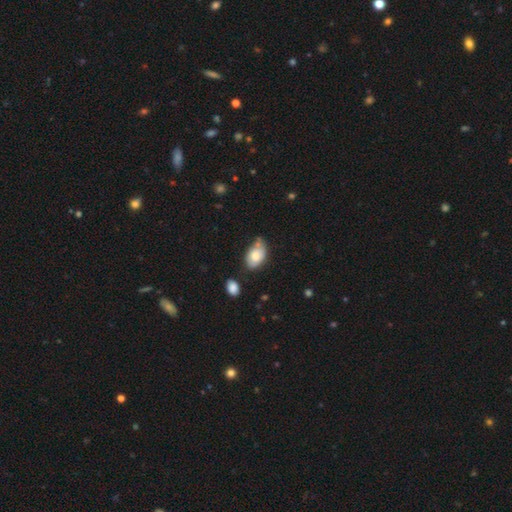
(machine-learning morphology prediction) smooth 76%, featured or disk 16%, star or artifact 7%. Down the decision tree: how rounded — in between (89%); merging — none (55%).